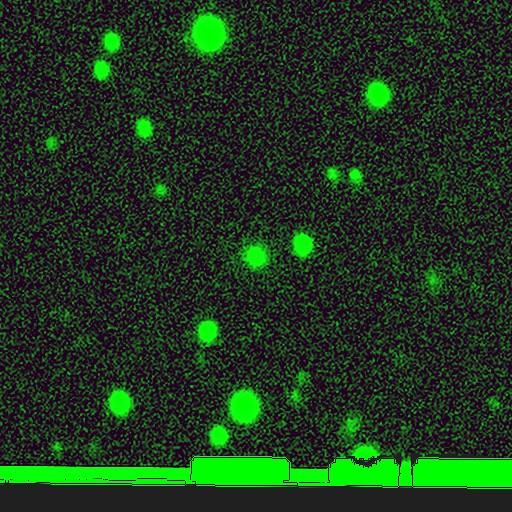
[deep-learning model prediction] A smooth galaxy with no disk features (76%) that is round (86%). Merging: none (86%).